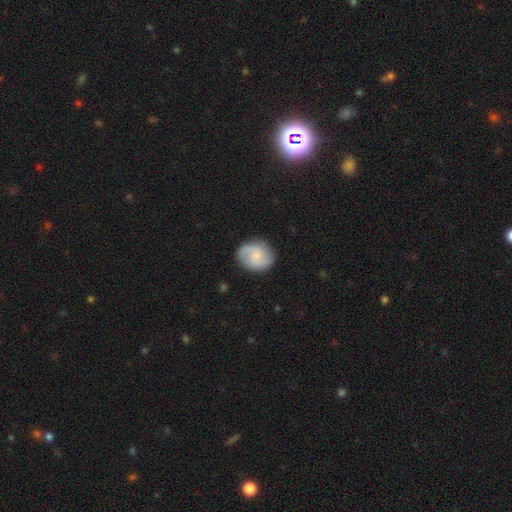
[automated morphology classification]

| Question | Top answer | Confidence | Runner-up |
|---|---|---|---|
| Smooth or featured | featured or disk | 49% | smooth (44%) |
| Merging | none | 83% | minor disturbance (12%) |